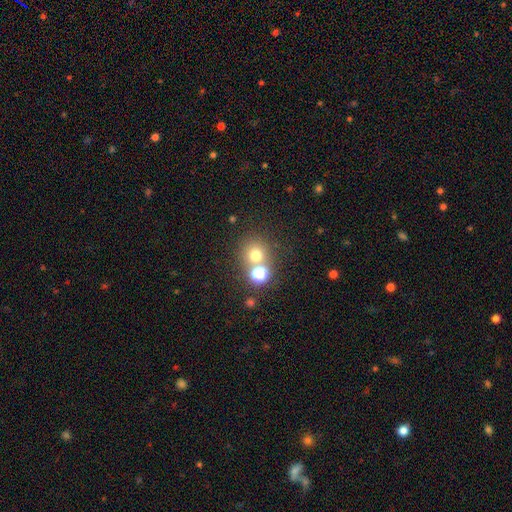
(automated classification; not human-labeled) The model was most divided on "merging": none: 60%, merger: 29%, minor disturbance: 7%, major disturbance: 4%. More confident: how rounded — round (89%); smooth or featured — smooth (69%).